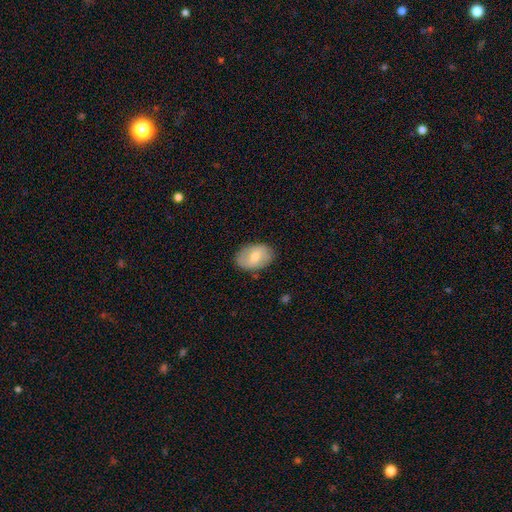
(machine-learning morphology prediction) smooth 65%, featured or disk 28%, star or artifact 7%. Down the decision tree: how rounded — in between (87%); merging — none (83%).